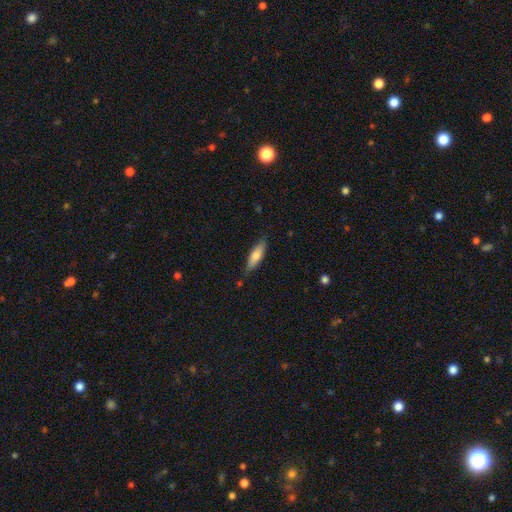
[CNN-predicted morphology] The model was most divided on "how rounded": cigar-shaped: 54%, in between: 44%, round: 2%. More confident: merging — none (79%); smooth or featured — smooth (69%).